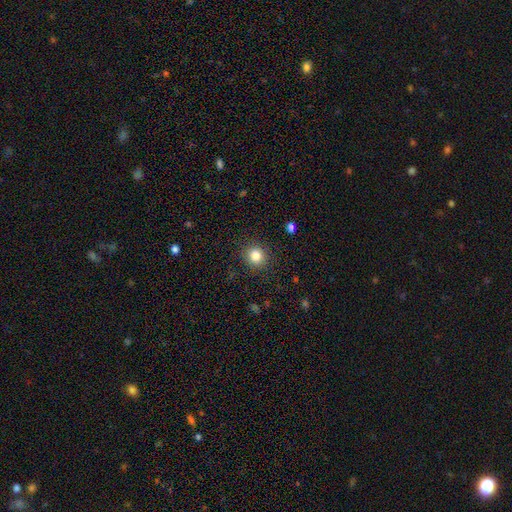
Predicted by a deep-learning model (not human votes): smooth_or_featured: smooth (p=0.83) [alt: star or artifact p=0.11]
how_rounded: round (p=0.88) [alt: in between p=0.11]
merging: none (p=0.89) [alt: minor disturbance p=0.07]